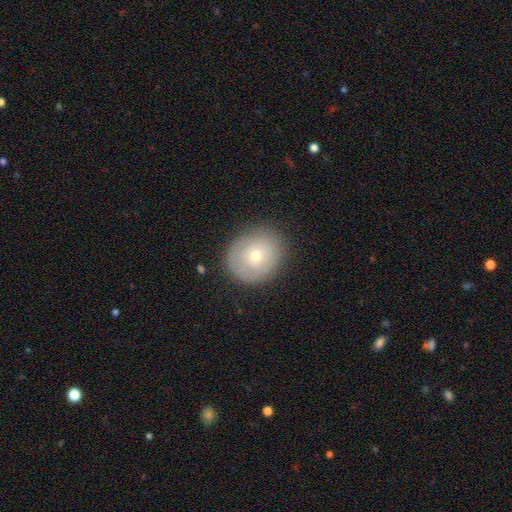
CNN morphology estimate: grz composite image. It shows a smooth galaxy with no disk features (59%) that is round (77%). Merging: none (82%).